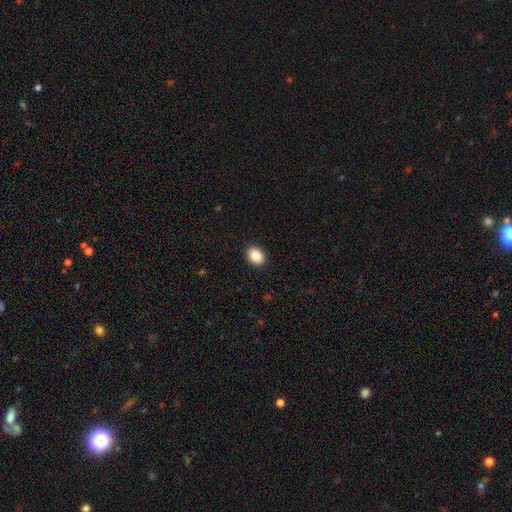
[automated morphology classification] Smooth or featured? smooth (89%)
How rounded? in between (70%)
Merging? none (90%)